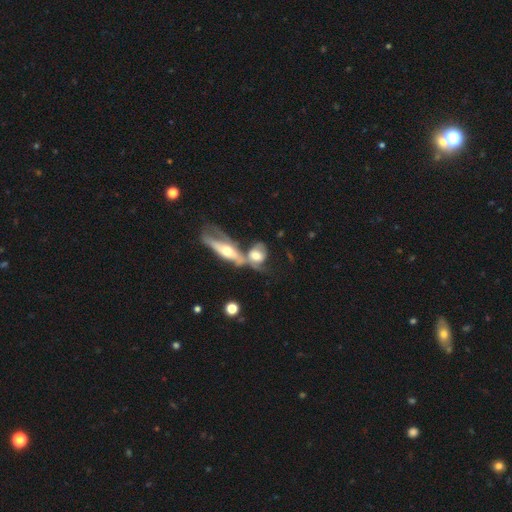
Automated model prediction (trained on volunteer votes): Morphology: type=featured or disk (53%); edge-on=no (75%); merging=merger (65%).